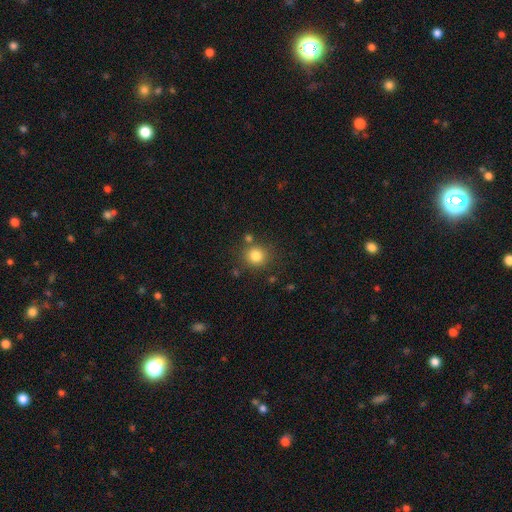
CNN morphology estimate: smooth_or_featured: smooth (p=0.82) [alt: star or artifact p=0.12]
how_rounded: round (p=0.88) [alt: in between p=0.11]
merging: none (p=0.80) [alt: minor disturbance p=0.09]